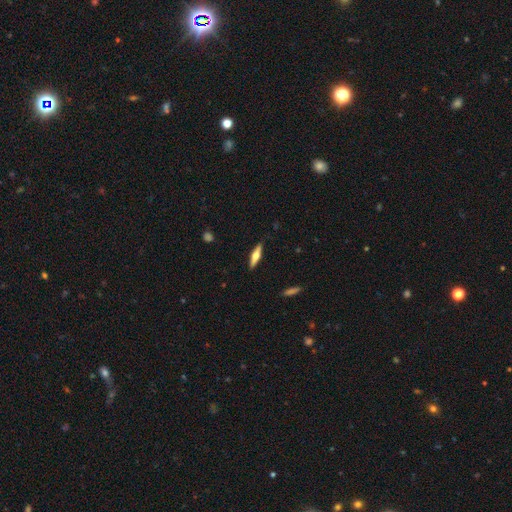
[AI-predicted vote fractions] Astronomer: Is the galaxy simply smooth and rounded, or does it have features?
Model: featured or disk — 59% (runner-up: smooth, 35%).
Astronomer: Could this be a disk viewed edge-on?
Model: yes — 95%.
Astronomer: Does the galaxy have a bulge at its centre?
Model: rounded — 94%.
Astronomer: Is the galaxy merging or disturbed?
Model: none — 89%.